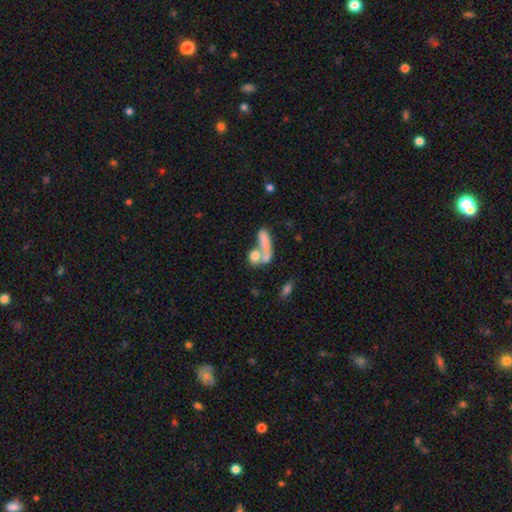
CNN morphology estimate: The model was most divided on "merging": merger: 48%, none: 32%, major disturbance: 10%, minor disturbance: 9%. Remaining: smooth or featured — smooth (67%); how rounded — in between (46%).